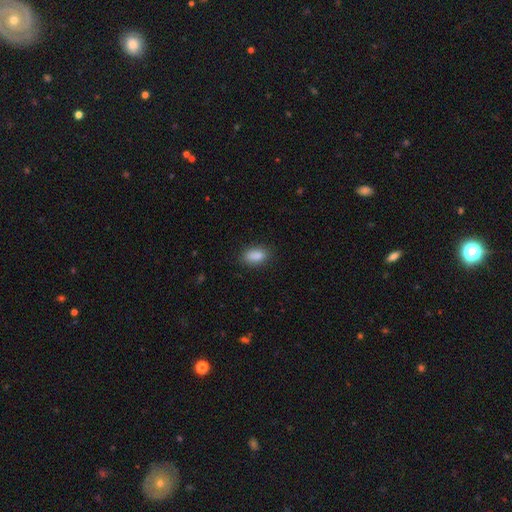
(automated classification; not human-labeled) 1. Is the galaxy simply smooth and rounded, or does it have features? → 87% smooth, 8% star or artifact, 5% featured or disk.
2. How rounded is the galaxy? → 88% in between, 8% round, 4% cigar-shaped.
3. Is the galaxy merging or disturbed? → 82% none, 13% minor disturbance, 3% major disturbance, 1% merger.